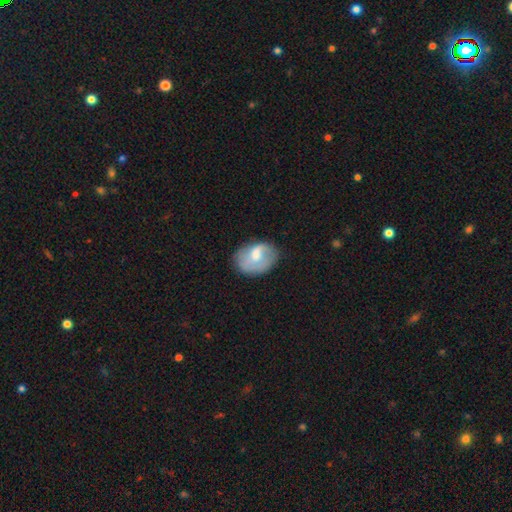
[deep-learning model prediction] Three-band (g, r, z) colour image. It shows a smooth galaxy with no disk features (58%) that is in between round and cigar-shaped (73%). Merging: none (56%).